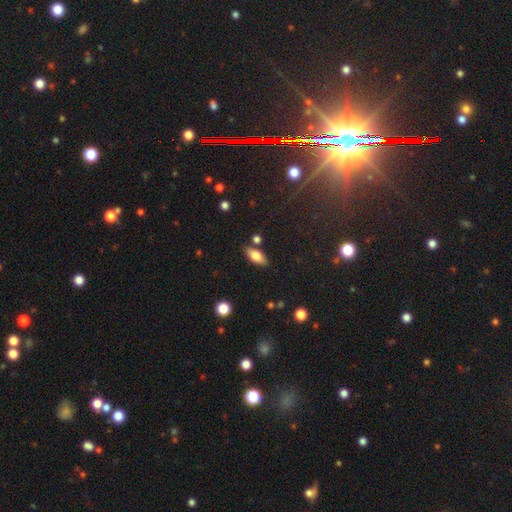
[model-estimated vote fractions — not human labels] smooth-or-featured: smooth: 73% | featured or disk: 20% | star or artifact: 7%
  how-rounded: in between: 81% | cigar-shaped: 16% | round: 3%
  merging: none: 81% | minor disturbance: 12% | merger: 5% | major disturbance: 3%